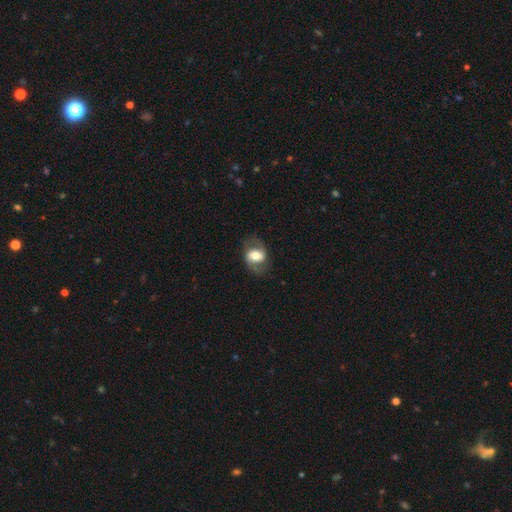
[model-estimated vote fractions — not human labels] featured or disk 54%, smooth 38%, star or artifact 7%. Down the decision tree: edge-on disk — no (94%); bar — weak (38%); spiral arms — yes (71%); bulge size — moderate (51%); merging — none (75%).